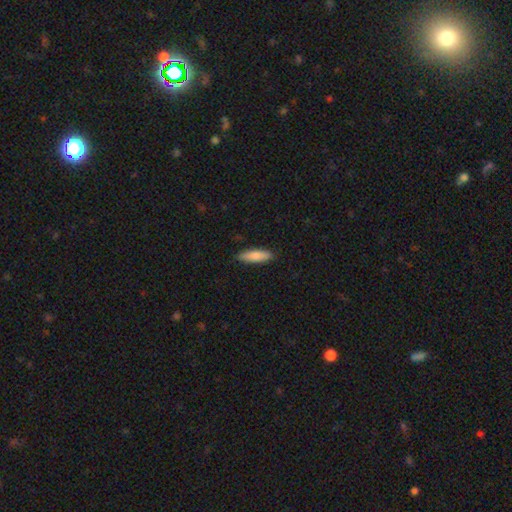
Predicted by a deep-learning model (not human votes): Smooth or featured: smooth — 83% (featured or disk — 11%)
How rounded: cigar-shaped — 62% (in between — 36%)
Merging: none — 88% (minor disturbance — 9%)